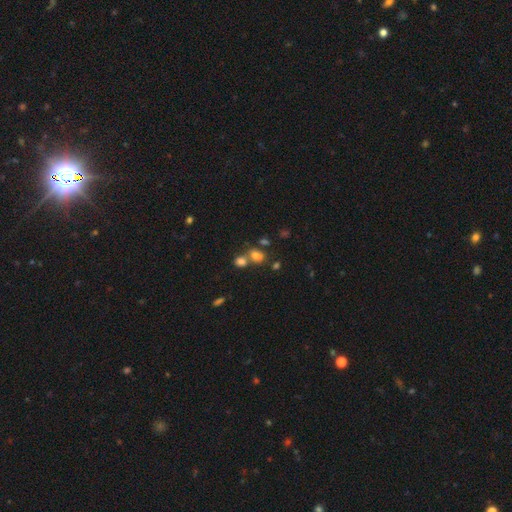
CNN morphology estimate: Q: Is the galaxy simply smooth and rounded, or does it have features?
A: smooth — 72%.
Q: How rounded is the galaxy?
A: in between — 59%.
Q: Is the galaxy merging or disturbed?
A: none — 45%.